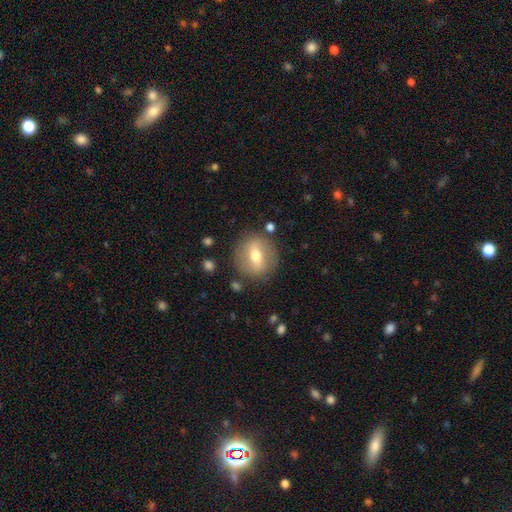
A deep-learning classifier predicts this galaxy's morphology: Smooth or featured? smooth (47%)
Merging? none (84%)